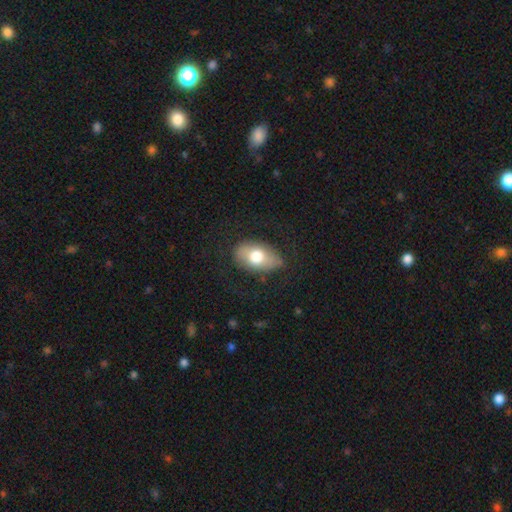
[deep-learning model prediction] Smooth or featured? smooth (69%)
How rounded? in between (88%)
Merging? none (72%)